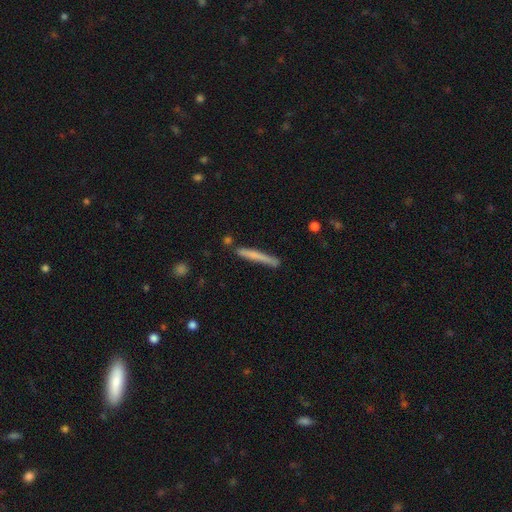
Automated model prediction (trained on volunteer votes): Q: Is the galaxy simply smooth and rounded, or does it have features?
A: smooth — 64%.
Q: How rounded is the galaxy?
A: cigar-shaped — 96%.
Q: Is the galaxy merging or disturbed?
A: none — 81%.